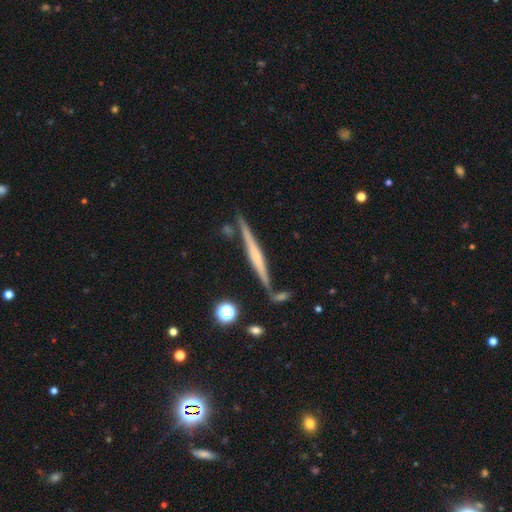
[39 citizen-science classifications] Overall: featured or disk (64%; smooth 33%). Edge-on disk: yes (96%). Edge-on bulge: none (62%; rounded 33%). Merging: none (76%).